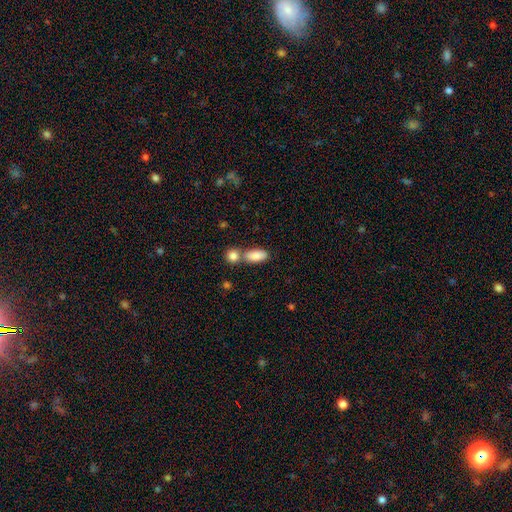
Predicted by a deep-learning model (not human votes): Smooth or featured: smooth — 87% (star or artifact — 7%)
How rounded: in between — 87% (cigar-shaped — 8%)
Merging: none — 52% (merger — 34%)